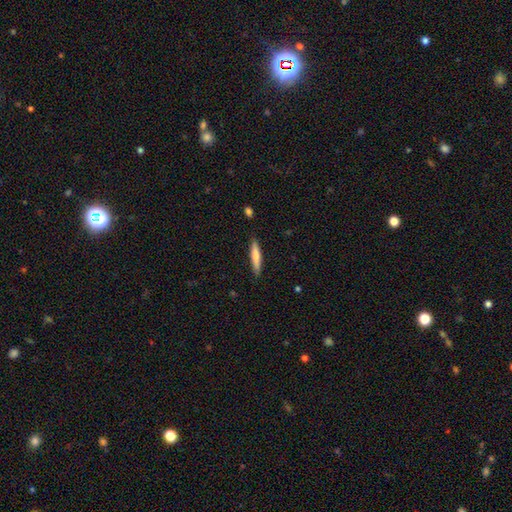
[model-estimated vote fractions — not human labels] Q: Smooth or featured?
A: smooth (73%); runner-up: featured or disk (21%)
Q: How rounded?
A: cigar-shaped (90%); runner-up: in between (9%)
Q: Merging?
A: none (88%); runner-up: minor disturbance (9%)